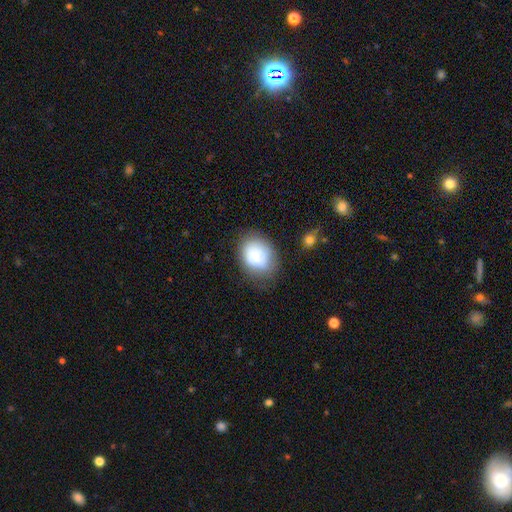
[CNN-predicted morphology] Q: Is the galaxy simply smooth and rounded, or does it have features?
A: smooth — 62%.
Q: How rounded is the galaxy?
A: round — 52%.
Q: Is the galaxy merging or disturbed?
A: none — 67%.